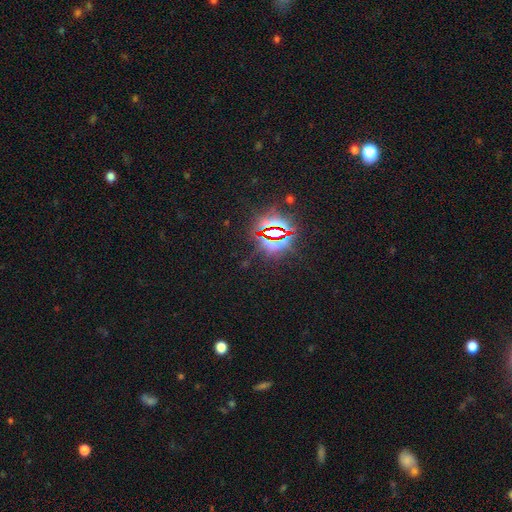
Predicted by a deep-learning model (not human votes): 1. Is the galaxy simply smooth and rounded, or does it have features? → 83% star or artifact, 10% smooth, 7% featured or disk.